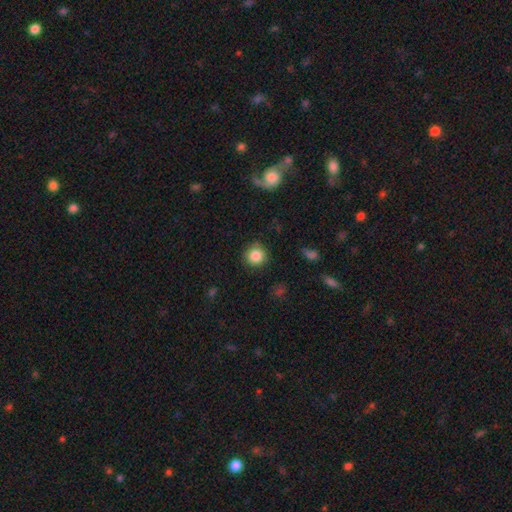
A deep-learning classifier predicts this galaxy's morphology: smooth-or-featured: smooth: 86% | star or artifact: 10% | featured or disk: 5%
  how-rounded: round: 93% | in between: 6% | cigar-shaped: 1%
  merging: none: 83% | minor disturbance: 12% | major disturbance: 3% | merger: 2%